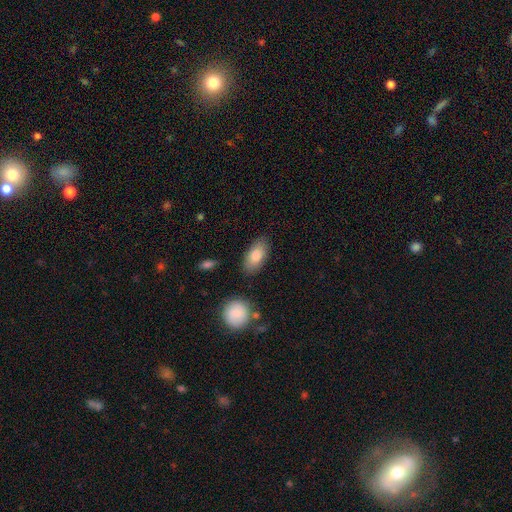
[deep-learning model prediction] Overall: smooth (80%). How rounded: in between (91%). Merging: none (83%).